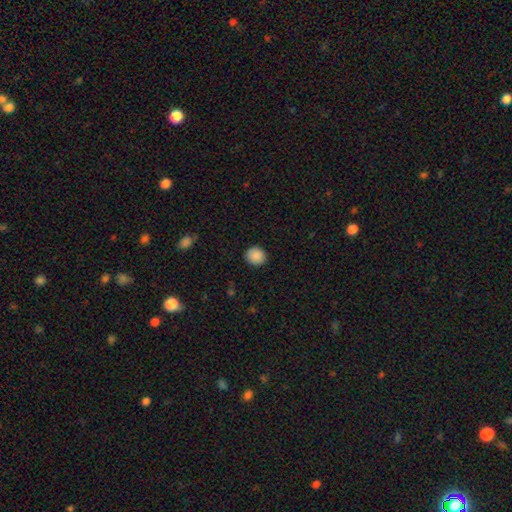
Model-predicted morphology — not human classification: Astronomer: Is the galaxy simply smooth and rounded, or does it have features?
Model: smooth — 89%.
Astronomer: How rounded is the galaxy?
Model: round — 88%.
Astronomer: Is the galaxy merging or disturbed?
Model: none — 91%.